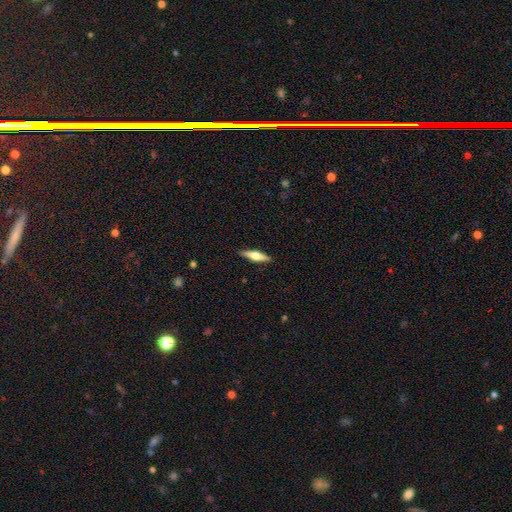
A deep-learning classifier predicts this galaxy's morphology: Overall: featured or disk (55%; smooth 39%). Edge-on disk: yes (96%). Edge-on bulge: rounded (91%). Merging: none (90%).